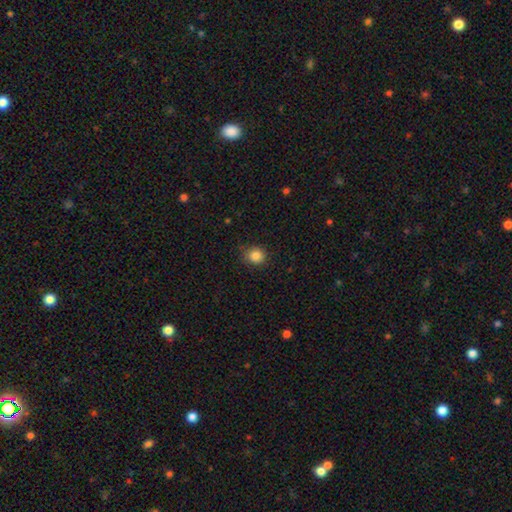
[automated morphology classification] Smooth or featured: smooth — 85% (star or artifact — 10%)
How rounded: round — 85% (in between — 14%)
Merging: none — 83% (minor disturbance — 13%)